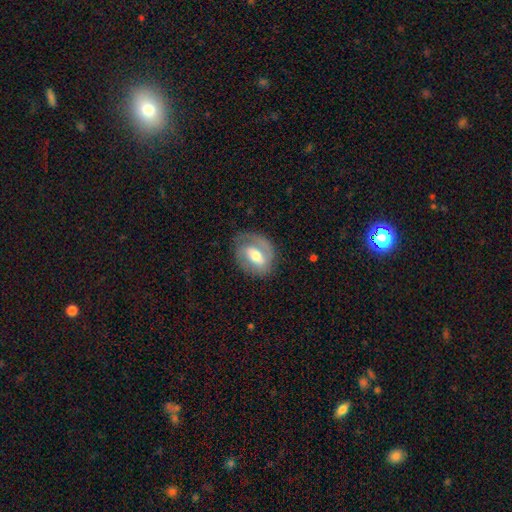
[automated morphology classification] smooth_or_featured: featured or disk (p=0.66) [alt: smooth p=0.28]
disk_edge_on: no (p=0.94) [alt: yes p=0.06]
bar: weak (p=0.41) [alt: strong p=0.36]
has_spiral_arms: yes (p=0.73) [alt: no p=0.27]
bulge_size: moderate (p=0.65) [alt: small p=0.19]
merging: none (p=0.72) [alt: minor disturbance p=0.17]